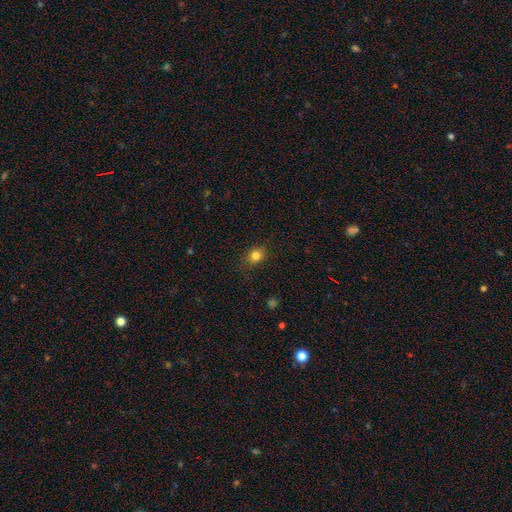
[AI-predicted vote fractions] Smooth or featured: smooth — 82% (star or artifact — 12%)
How rounded: round — 61% (in between — 38%)
Merging: none — 81% (minor disturbance — 14%)